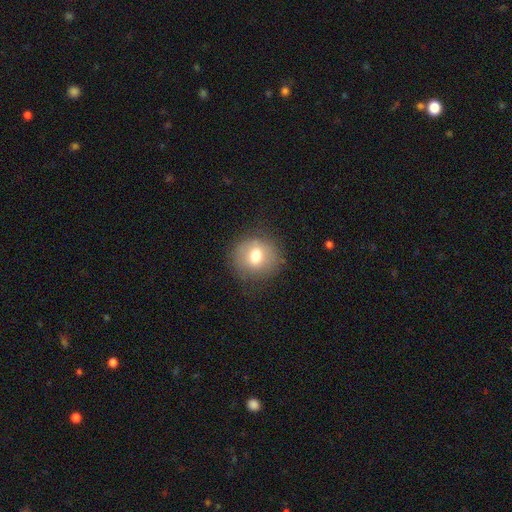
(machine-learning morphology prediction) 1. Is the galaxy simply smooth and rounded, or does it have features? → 69% smooth, 21% featured or disk, 9% star or artifact.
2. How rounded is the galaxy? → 84% round, 15% in between, 1% cigar-shaped.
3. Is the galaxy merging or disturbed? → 76% none, 16% minor disturbance, 7% major disturbance, 1% merger.